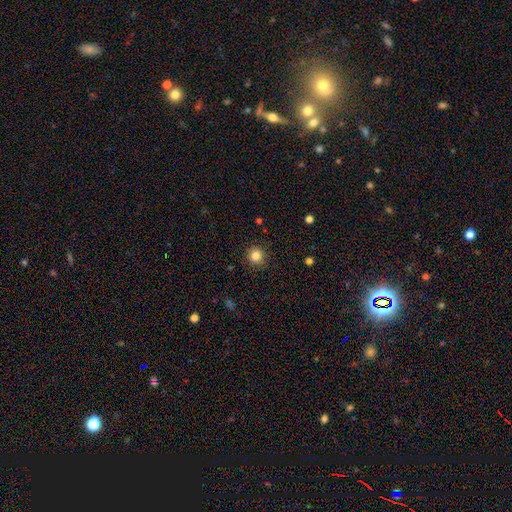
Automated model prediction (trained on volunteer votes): smooth-or-featured: smooth: 83% | star or artifact: 11% | featured or disk: 5%
  how-rounded: round: 94% | in between: 5% | cigar-shaped: 1%
  merging: none: 91% | minor disturbance: 6% | major disturbance: 2% | merger: 1%